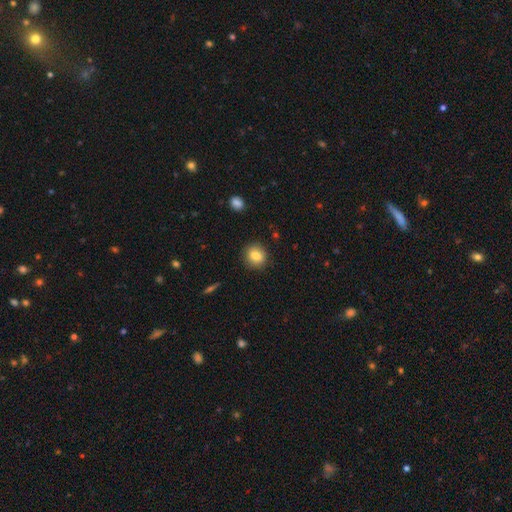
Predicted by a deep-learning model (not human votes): A smooth galaxy with no disk features (81%) that is round (85%).

Vote fractions:
- Smooth or featured? smooth: 81% / star or artifact: 9% / featured or disk: 9%
- How rounded? round: 85% / in between: 14% / cigar-shaped: 1%
- Merging? none: 89% / minor disturbance: 7% / major disturbance: 2% / merger: 1%